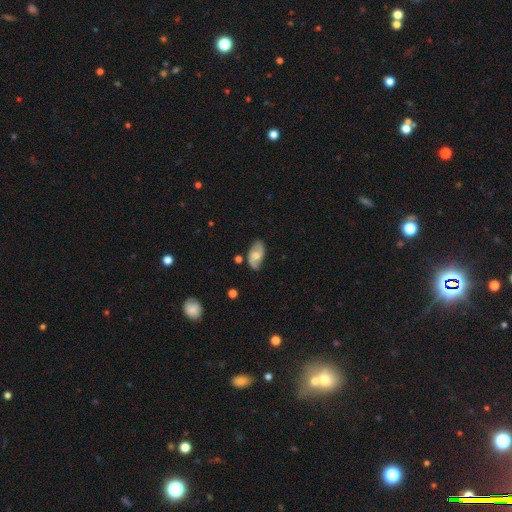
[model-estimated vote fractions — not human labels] smooth-or-featured: featured or disk: 58% | smooth: 35% | star or artifact: 7%
  disk-edge-on: no: 95% | yes: 5%
    bar: no: 56% | weak: 38% | strong: 6%
    has-spiral-arms: yes: 88% | no: 12%
    bulge-size: moderate: 52% | small: 29% | none: 8% | large: 8% | dominant: 1%
  merging: none: 75% | minor disturbance: 18% | major disturbance: 4% | merger: 3%